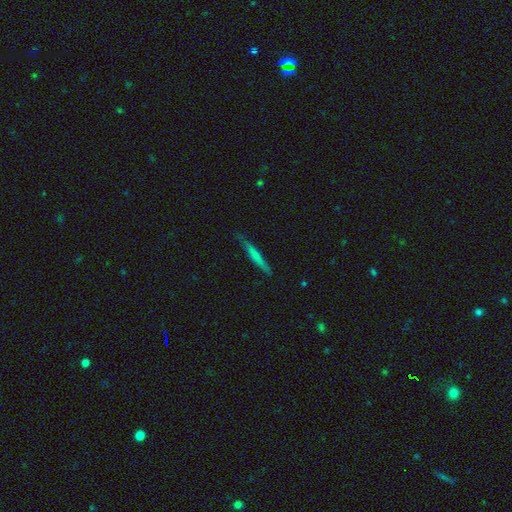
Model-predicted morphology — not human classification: Smooth or featured?
  - smooth: 60% *
  - featured or disk: 33%
  - star or artifact: 6%
How rounded?
  - cigar-shaped: 94% *
  - in between: 4%
  - round: 2%
Merging?
  - none: 81% *
  - minor disturbance: 15%
  - major disturbance: 3%
  - merger: 1%